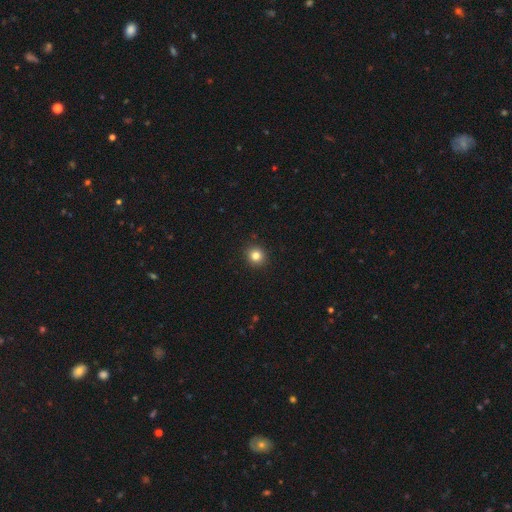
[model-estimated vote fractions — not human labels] This is clearly a smooth galaxy (83%). How rounded: clearly round (90%). Merging: clearly none (92%).